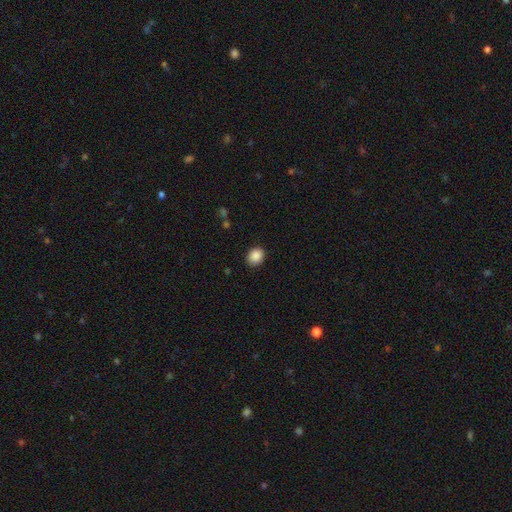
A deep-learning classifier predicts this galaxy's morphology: Overall: smooth (89%). How rounded: round (53%; in between 46%). Merging: none (89%).